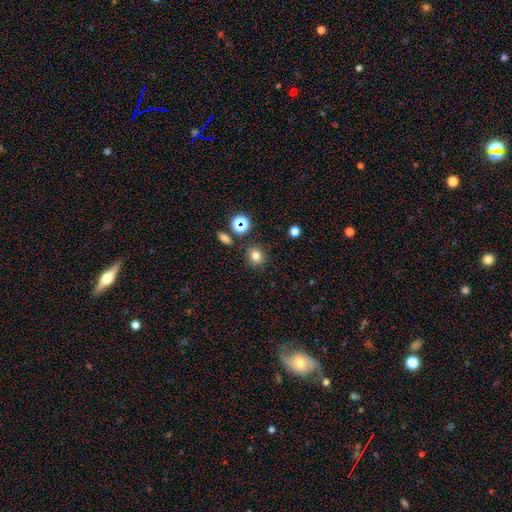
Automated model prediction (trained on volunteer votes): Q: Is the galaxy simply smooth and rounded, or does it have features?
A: smooth — 78%.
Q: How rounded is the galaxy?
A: round — 81%.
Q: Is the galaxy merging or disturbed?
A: none — 85%.